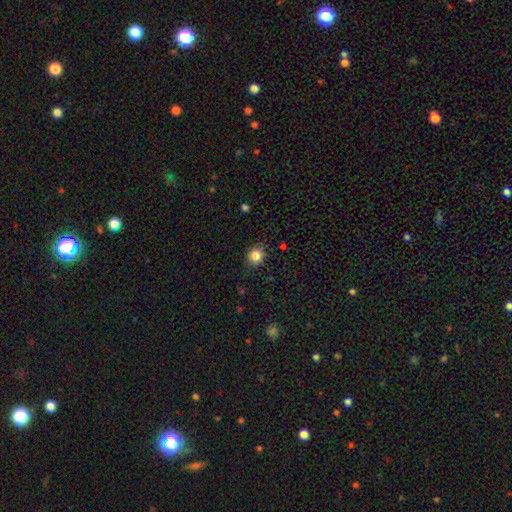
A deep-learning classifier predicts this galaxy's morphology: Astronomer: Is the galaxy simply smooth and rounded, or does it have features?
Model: smooth — 84%.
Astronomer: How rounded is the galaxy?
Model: round — 74%.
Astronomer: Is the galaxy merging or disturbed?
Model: none — 85%.